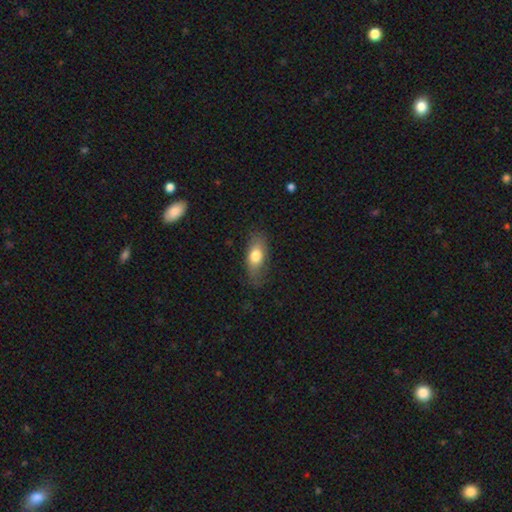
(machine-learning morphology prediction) Q: Smooth or featured?
A: smooth (73%); runner-up: featured or disk (20%)
Q: How rounded?
A: in between (83%); runner-up: cigar-shaped (11%)
Q: Merging?
A: none (68%); runner-up: minor disturbance (23%)